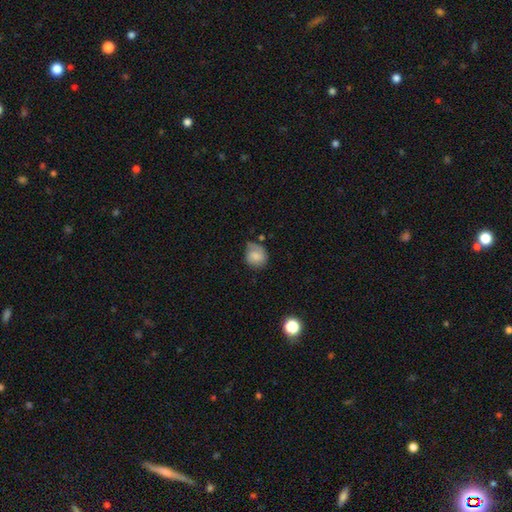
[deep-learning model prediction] Morphology: type=smooth (67%); roundness=round (72%); merging=none (55%).